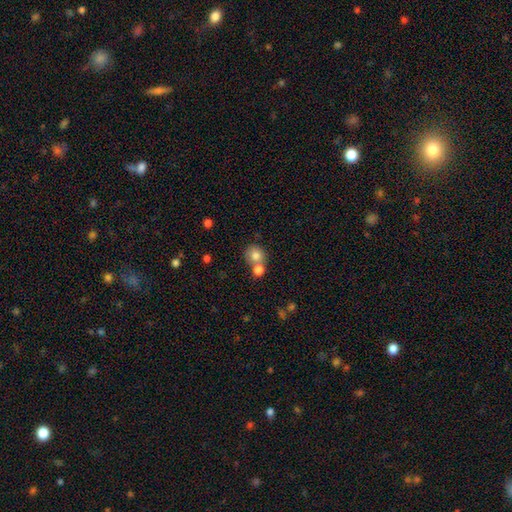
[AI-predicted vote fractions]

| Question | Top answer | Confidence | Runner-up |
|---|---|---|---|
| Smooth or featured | smooth | 79% | star or artifact (11%) |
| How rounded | round | 83% | in between (16%) |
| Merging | none | 49% | merger (41%) |